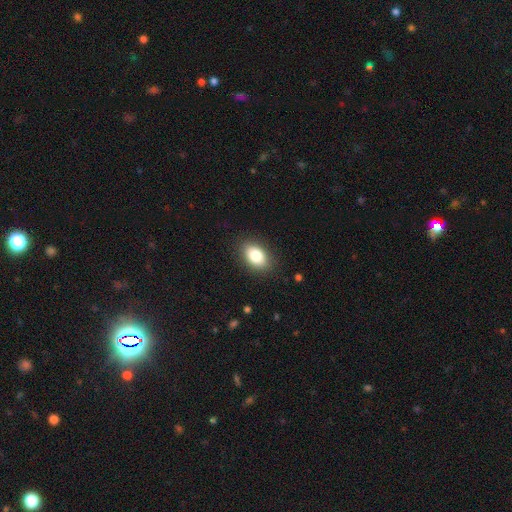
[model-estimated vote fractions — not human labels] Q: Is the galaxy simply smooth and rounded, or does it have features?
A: smooth — 83%.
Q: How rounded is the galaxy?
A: in between — 86%.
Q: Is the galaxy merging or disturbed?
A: none — 87%.